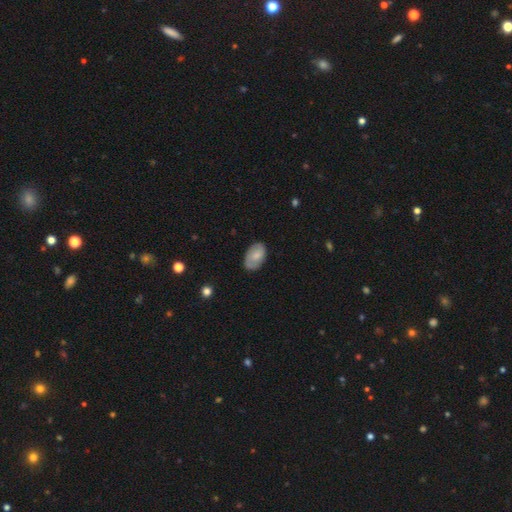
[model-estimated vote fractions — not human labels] smooth 66%, featured or disk 27%, star or artifact 7%. Down the decision tree: how rounded — in between (92%); merging — none (76%).